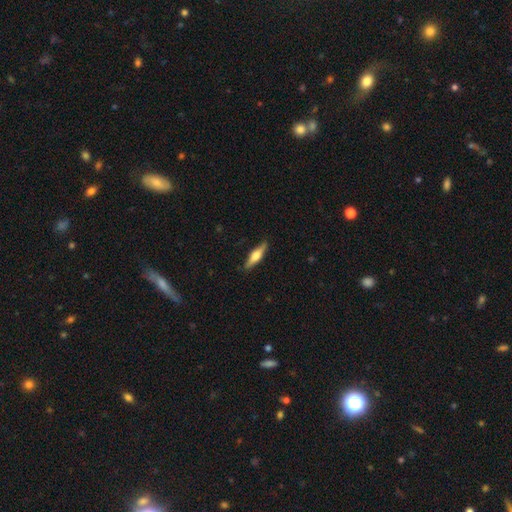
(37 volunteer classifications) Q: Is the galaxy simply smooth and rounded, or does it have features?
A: featured or disk — 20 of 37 (54%).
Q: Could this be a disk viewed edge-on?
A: yes — 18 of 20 (90%).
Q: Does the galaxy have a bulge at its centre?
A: rounded — 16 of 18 (89%).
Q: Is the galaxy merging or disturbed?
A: none — 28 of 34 (82%).